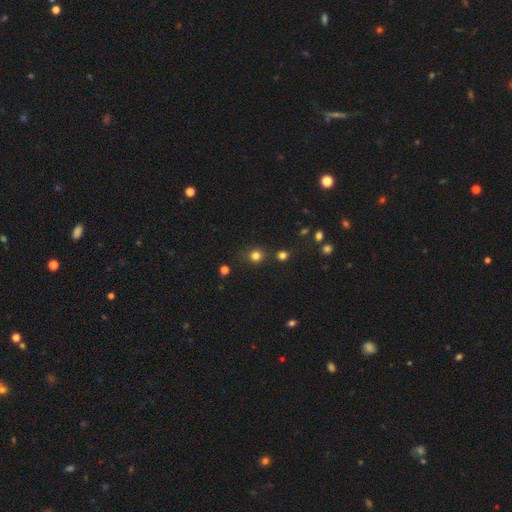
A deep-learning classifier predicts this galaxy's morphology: The model was most divided on "smooth or featured": smooth: 78%, star or artifact: 17%, featured or disk: 5%. More confident: how rounded — round (89%); merging — none (82%).